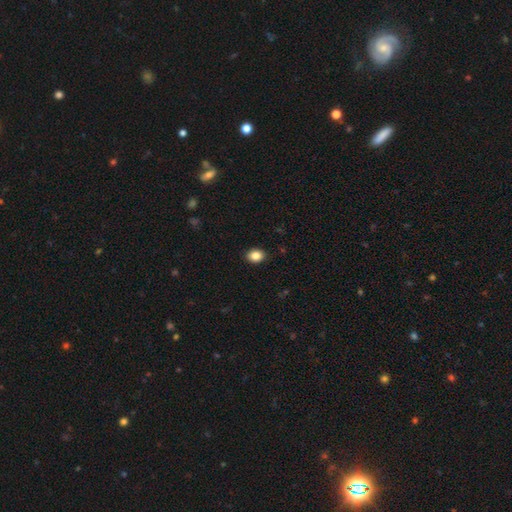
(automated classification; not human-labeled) The model was most divided on "how rounded": in between: 61%, round: 38%, cigar-shaped: 1%. More confident: merging — none (90%); smooth or featured — smooth (86%).